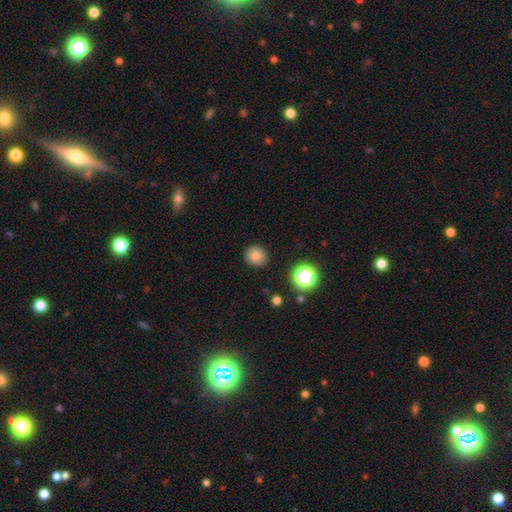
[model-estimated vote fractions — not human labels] A smooth galaxy with no disk features (80%) that is round (88%).

Vote fractions:
- Smooth or featured? smooth: 80% / star or artifact: 13% / featured or disk: 7%
- How rounded? round: 88% / in between: 11% / cigar-shaped: 1%
- Merging? none: 90% / minor disturbance: 7% / major disturbance: 2% / merger: 1%